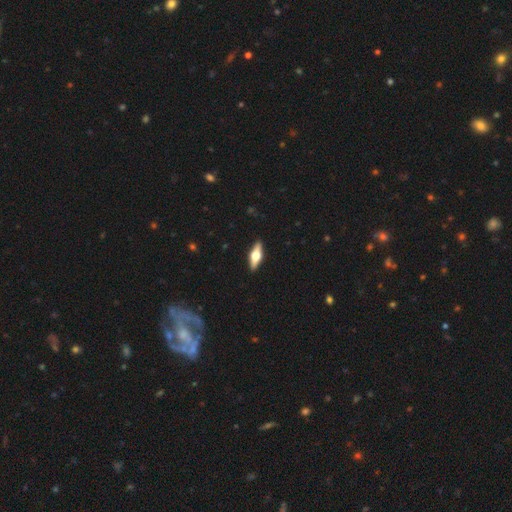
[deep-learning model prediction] Smooth or featured: featured or disk — 63% (smooth — 32%)
Edge-on disk: yes — 94% (no — 6%)
Edge-on bulge: rounded — 96% (boxy — 3%)
Merging: none — 91% (minor disturbance — 7%)